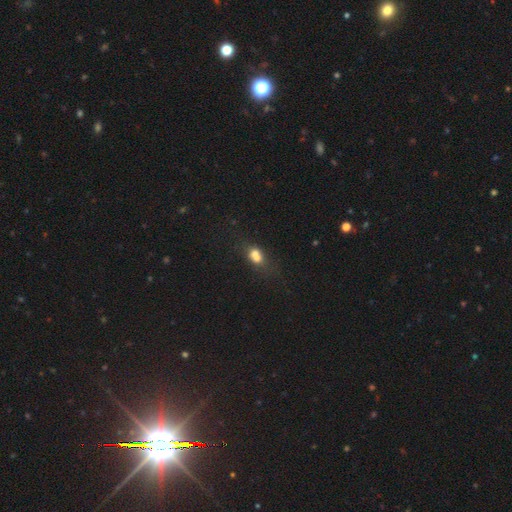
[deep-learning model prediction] A smooth galaxy with no disk features (64%) that is round (49%).

Vote fractions:
- Smooth or featured? smooth: 64% / featured or disk: 22% / star or artifact: 14%
- How rounded? round: 49% / in between: 48% / cigar-shaped: 3%
- Merging? merger: 61% / none: 25% / minor disturbance: 9% / major disturbance: 6%